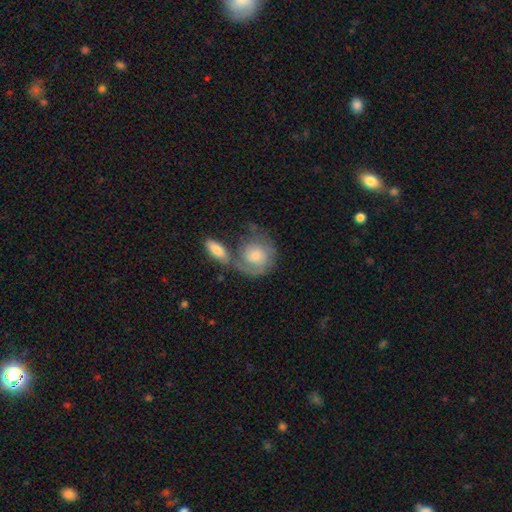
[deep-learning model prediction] smooth_or_featured: smooth (p=0.54) [alt: featured or disk p=0.41]
how_rounded: round (p=0.75) [alt: in between p=0.23]
merging: merger (p=0.35) [tied with: none p=0.35]